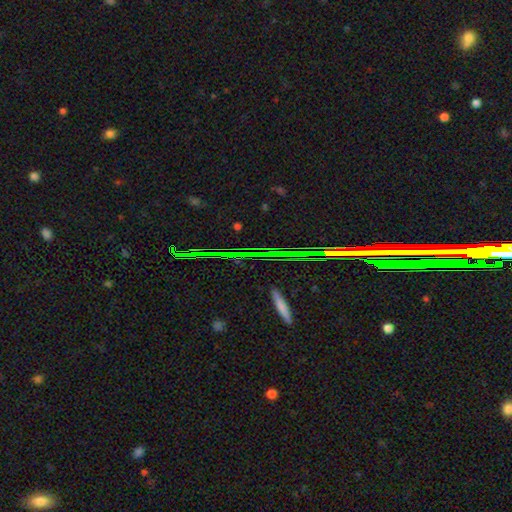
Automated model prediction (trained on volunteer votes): star or artifact 81%, featured or disk 10%, smooth 9%.